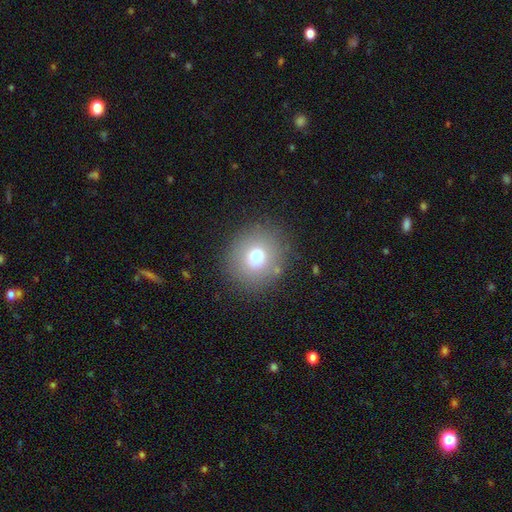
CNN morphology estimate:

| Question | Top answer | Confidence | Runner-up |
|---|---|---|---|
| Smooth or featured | smooth | 72% | featured or disk (14%) |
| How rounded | round | 86% | in between (13%) |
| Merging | none | 85% | minor disturbance (9%) |